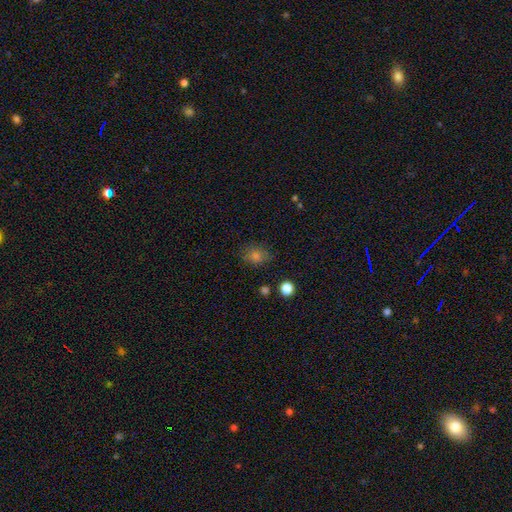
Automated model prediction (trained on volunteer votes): Smooth or featured? smooth (78%)
How rounded? round (52%)
Merging? none (82%)